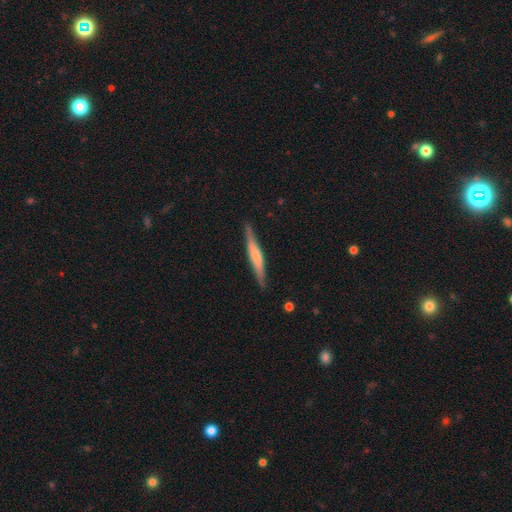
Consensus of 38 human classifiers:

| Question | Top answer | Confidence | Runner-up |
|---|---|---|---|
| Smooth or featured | featured or disk | 61% | smooth (34%) |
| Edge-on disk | yes | 100% | — |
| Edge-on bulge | none | 35% | tied: rounded (35%) |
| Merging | none | 94% | minor disturbance (3%) |